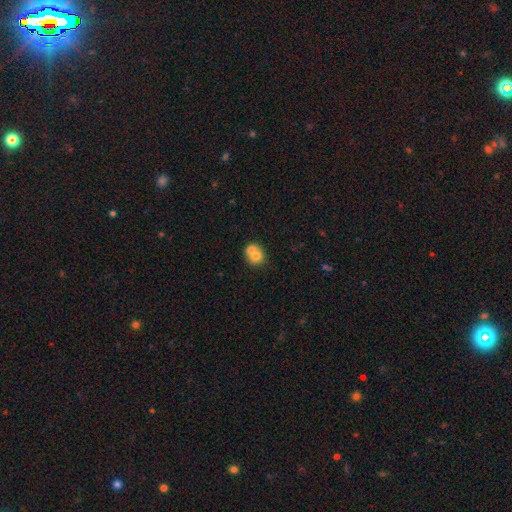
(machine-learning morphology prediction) type=smooth (69%); roundness=round (72%); merging=merger (59%).